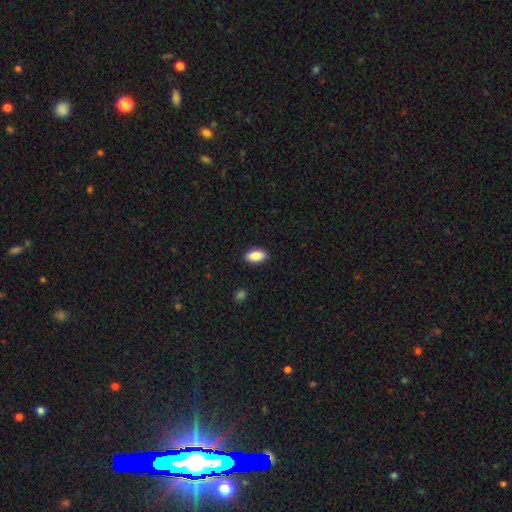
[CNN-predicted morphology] A smooth galaxy with no disk features (89%) that is in between round and cigar-shaped (90%). Merging: none (90%).